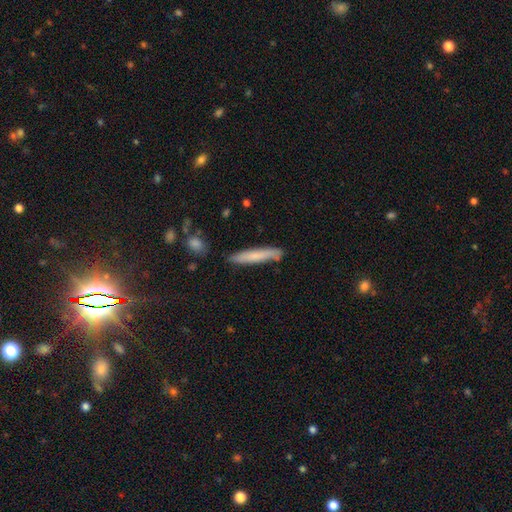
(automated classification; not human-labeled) Smooth or featured: smooth — 70% (featured or disk — 24%)
How rounded: cigar-shaped — 93% (in between — 6%)
Merging: none — 82% (minor disturbance — 13%)